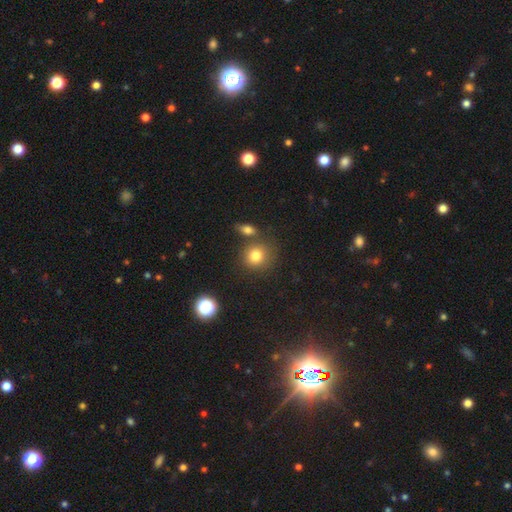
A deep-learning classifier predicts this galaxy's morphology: Smooth or featured? Predicted: smooth (p=0.80). How rounded? Predicted: round (p=0.84). Merging? Predicted: none (p=0.70).